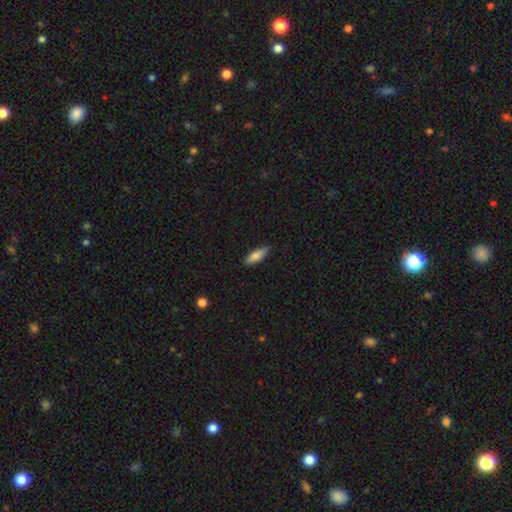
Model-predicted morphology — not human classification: smooth_or_featured: smooth (p=0.78) [alt: featured or disk p=0.16]
how_rounded: in between (p=0.55) [alt: cigar-shaped p=0.43]
merging: none (p=0.85) [alt: minor disturbance p=0.12]